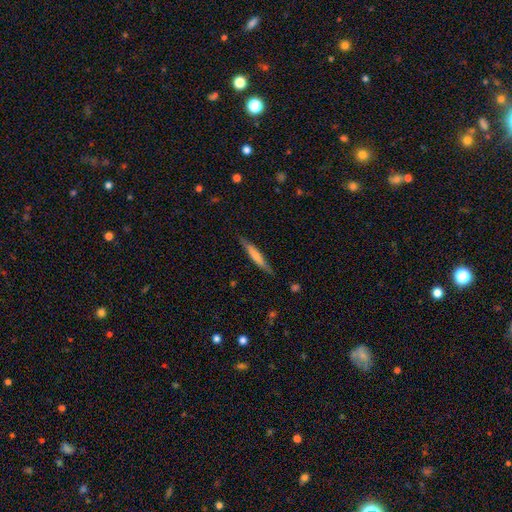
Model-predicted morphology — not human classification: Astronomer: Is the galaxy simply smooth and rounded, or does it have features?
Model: smooth — 58% (runner-up: featured or disk, 37%).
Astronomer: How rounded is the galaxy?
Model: cigar-shaped — 92%.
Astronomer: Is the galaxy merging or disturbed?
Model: none — 84%.